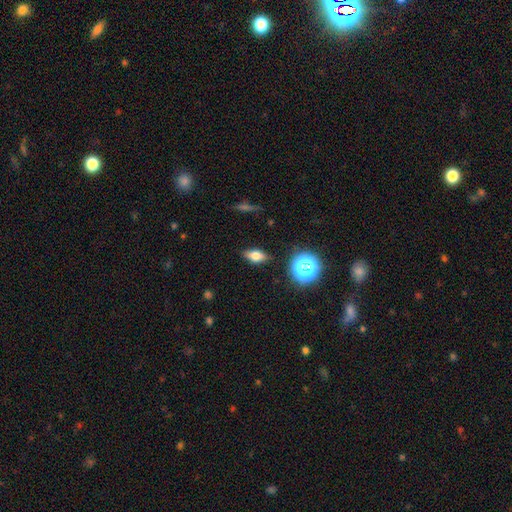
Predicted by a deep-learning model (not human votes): This is likely a smooth galaxy (67%). How rounded: likely in between (77%). Merging: clearly none (85%).